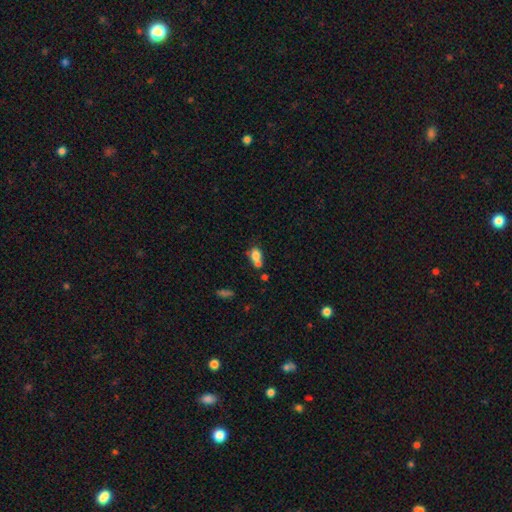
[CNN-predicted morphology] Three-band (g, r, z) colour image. It shows a smooth galaxy with no disk features (74%) that is in between round and cigar-shaped (70%). Merging: merger (49%).